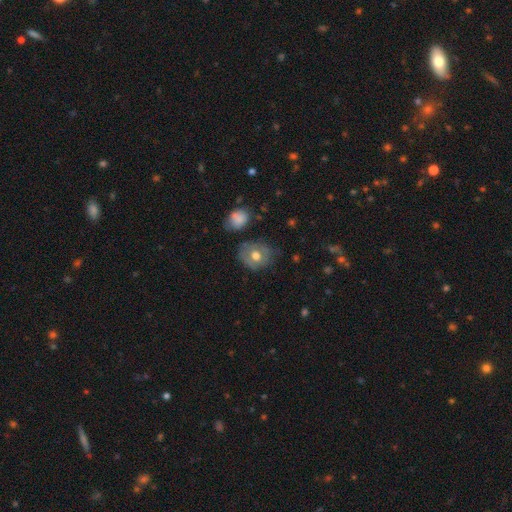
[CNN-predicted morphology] smooth 59%, featured or disk 33%, star or artifact 8%. Down the decision tree: how rounded — round (63%); merging — none (66%).